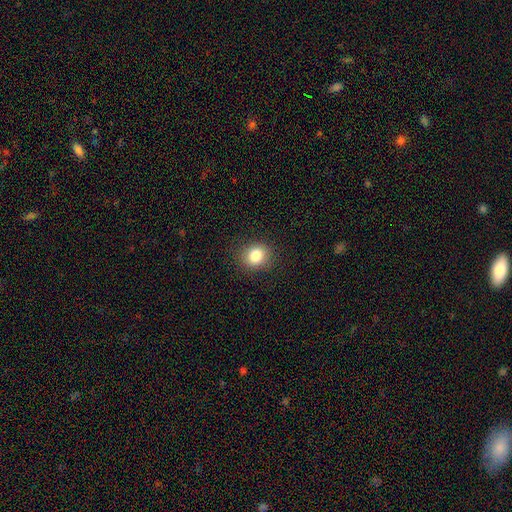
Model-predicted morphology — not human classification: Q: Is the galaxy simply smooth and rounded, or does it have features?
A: smooth — 83%.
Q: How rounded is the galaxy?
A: round — 72%.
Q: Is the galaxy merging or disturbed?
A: none — 88%.